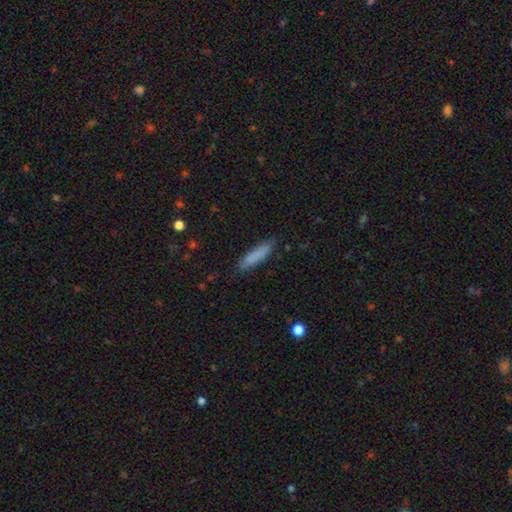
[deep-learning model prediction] Smooth or featured: smooth — 82% (featured or disk — 12%)
How rounded: cigar-shaped — 84% (in between — 14%)
Merging: none — 84% (minor disturbance — 13%)